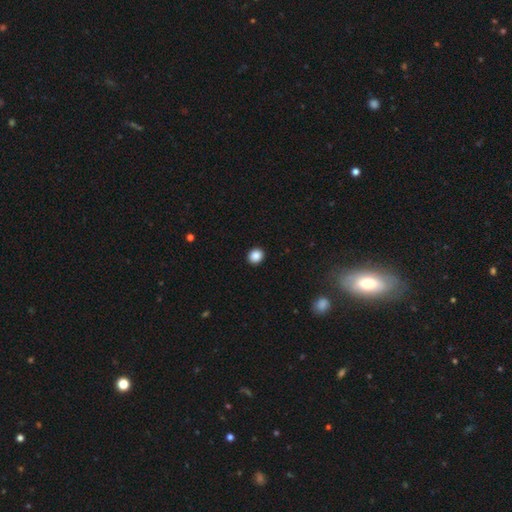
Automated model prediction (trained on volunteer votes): Smooth or featured?
  - smooth: 87% *
  - star or artifact: 10%
  - featured or disk: 3%
How rounded?
  - round: 77% *
  - in between: 22%
  - cigar-shaped: 1%
Merging?
  - none: 93% *
  - minor disturbance: 5%
  - major disturbance: 2%
  - merger: 1%